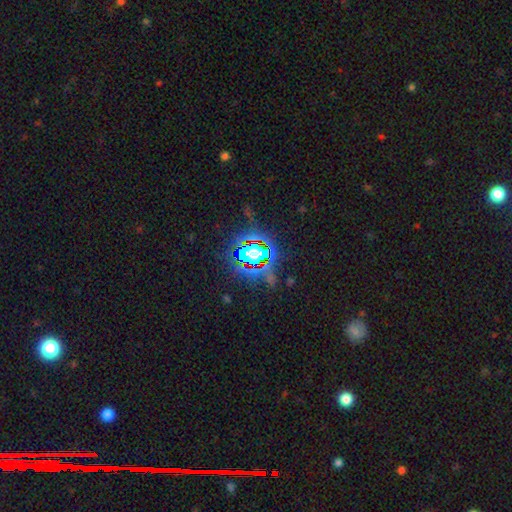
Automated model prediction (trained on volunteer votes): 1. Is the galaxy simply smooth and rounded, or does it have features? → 83% star or artifact, 10% smooth, 7% featured or disk.